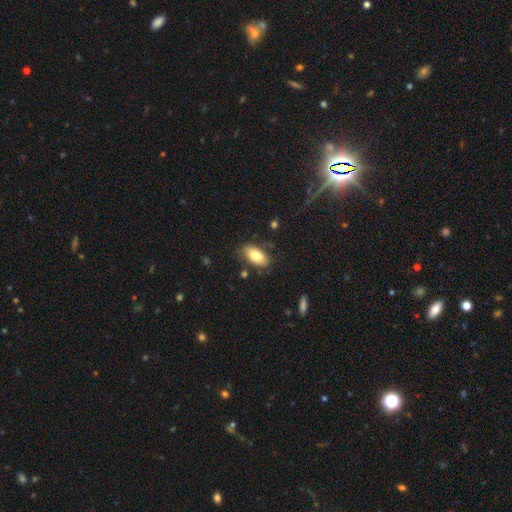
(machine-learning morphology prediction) type=smooth (77%); roundness=in between (92%); merging=none (78%).